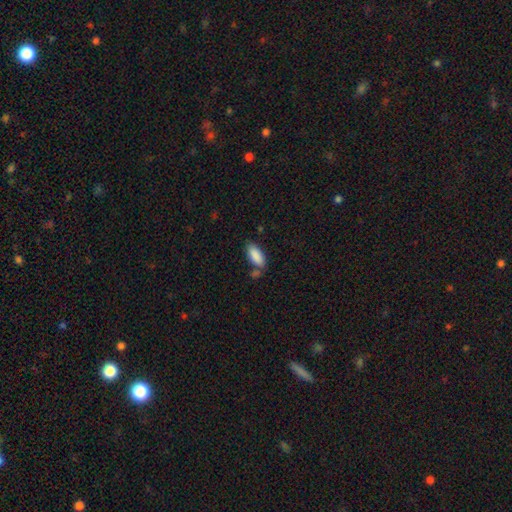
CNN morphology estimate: Smooth or featured? Predicted: smooth (p=0.89). How rounded? Predicted: in between (p=0.88). Merging? Predicted: none (p=0.65).